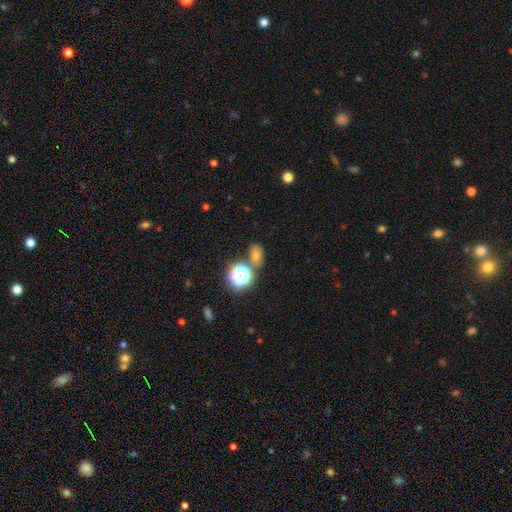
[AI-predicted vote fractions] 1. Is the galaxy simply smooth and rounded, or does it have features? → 52% smooth, 38% star or artifact, 10% featured or disk.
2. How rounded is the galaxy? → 56% in between, 42% round, 2% cigar-shaped.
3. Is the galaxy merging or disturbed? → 73% none, 12% merger, 11% minor disturbance, 4% major disturbance.